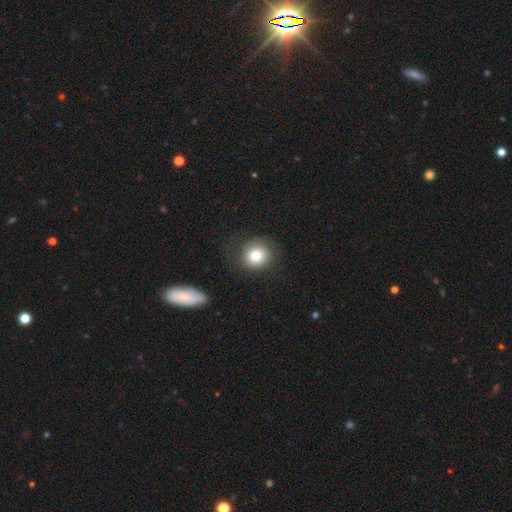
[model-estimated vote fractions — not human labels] Overall: smooth (80%). How rounded: round (82%). Merging: none (75%).